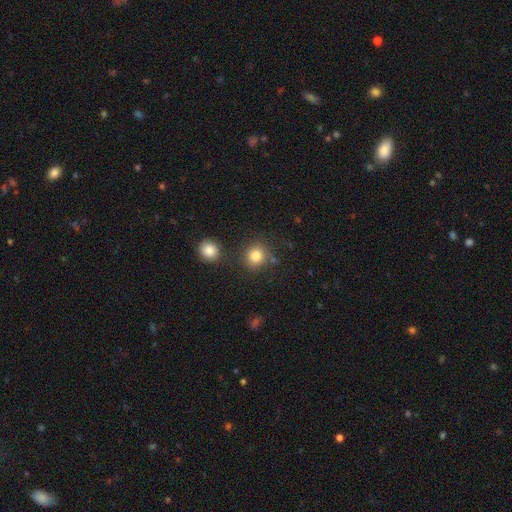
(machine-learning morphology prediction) A smooth galaxy with no disk features (84%) that is round (89%). Merging: none (78%).